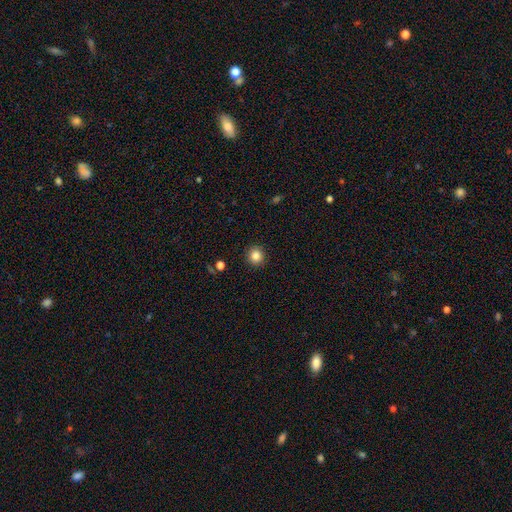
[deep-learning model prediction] The model was most divided on "smooth or featured": smooth: 85%, star or artifact: 11%, featured or disk: 4%. More confident: how rounded — round (92%); merging — none (92%).